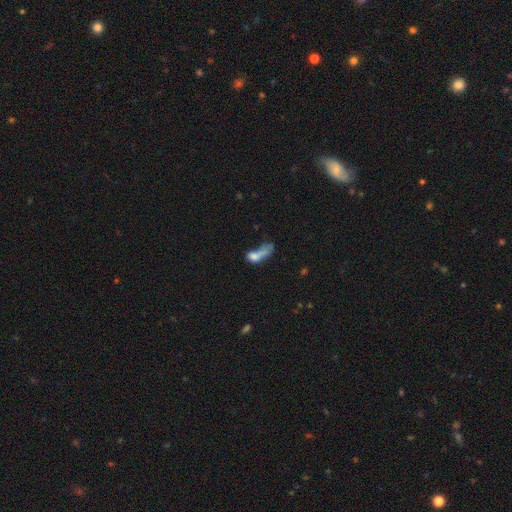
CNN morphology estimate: A smooth galaxy with no disk features (61%) that is in between round and cigar-shaped (64%). Merging: major disturbance (38%).